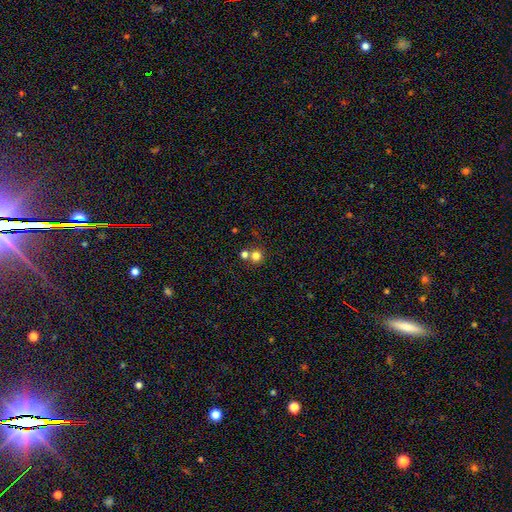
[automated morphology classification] type=smooth (78%); roundness=round (92%); merging=none (64%).